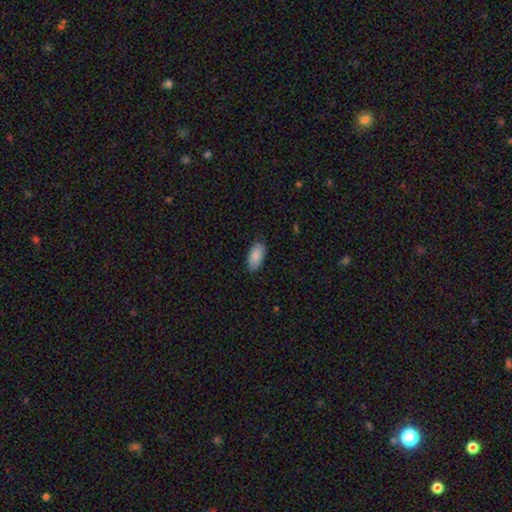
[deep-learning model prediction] smooth_or_featured: smooth (p=0.89) [alt: star or artifact p=0.06]
how_rounded: in between (p=0.92) [alt: cigar-shaped p=0.06]
merging: none (p=0.85) [alt: minor disturbance p=0.12]